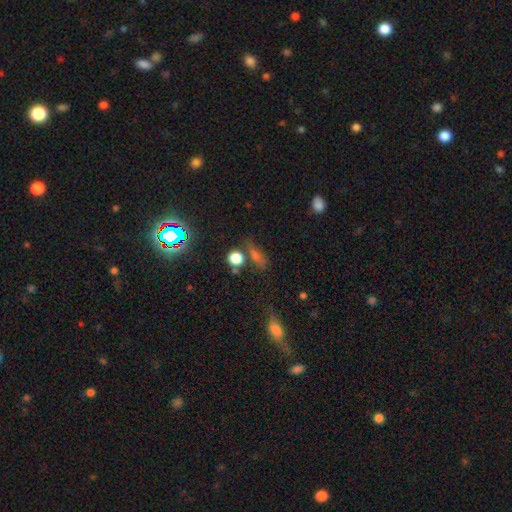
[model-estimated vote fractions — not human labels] smooth_or_featured: smooth (p=0.52) [alt: star or artifact p=0.35]
how_rounded: in between (p=0.44) [alt: round p=0.32]
merging: none (p=0.65) [alt: minor disturbance p=0.16]